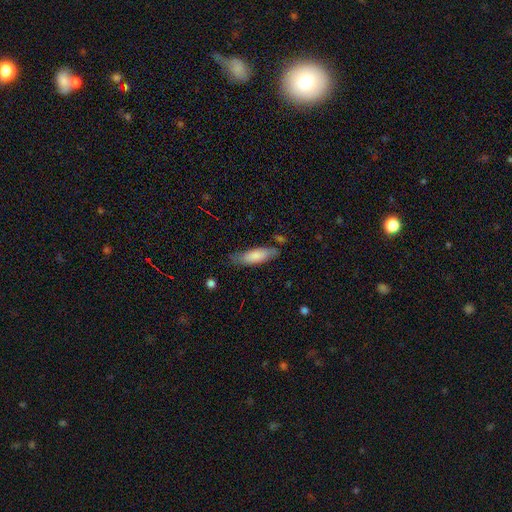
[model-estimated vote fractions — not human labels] Overall: smooth (79%). How rounded: in between (54%; cigar-shaped 45%). Merging: none (68%).